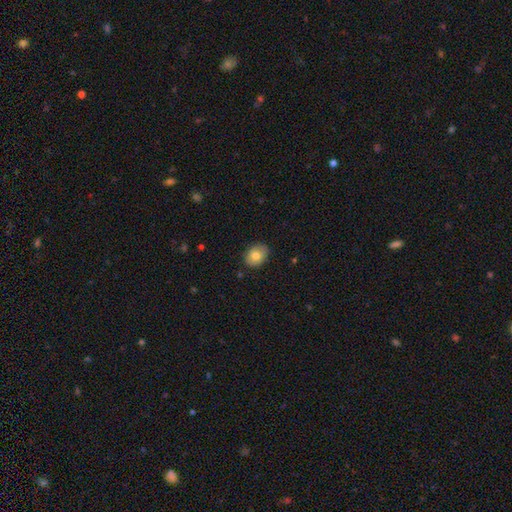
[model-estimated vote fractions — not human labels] smooth_or_featured: smooth (p=0.78) [alt: featured or disk p=0.14]
how_rounded: in between (p=0.61) [alt: round p=0.38]
merging: none (p=0.84) [alt: minor disturbance p=0.13]